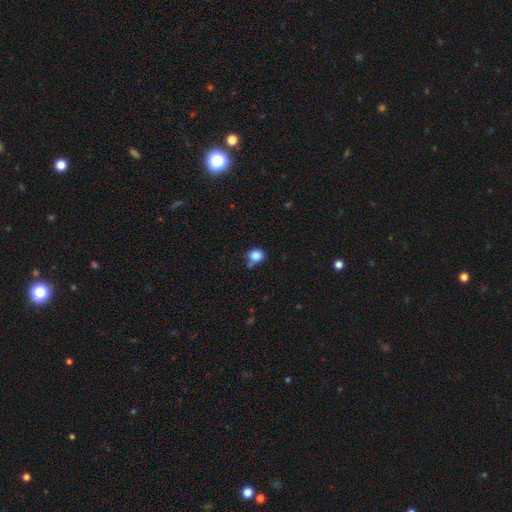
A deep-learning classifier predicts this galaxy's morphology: Overall: smooth (84%). How rounded: round (79%). Merging: none (59%; minor disturbance 24%).